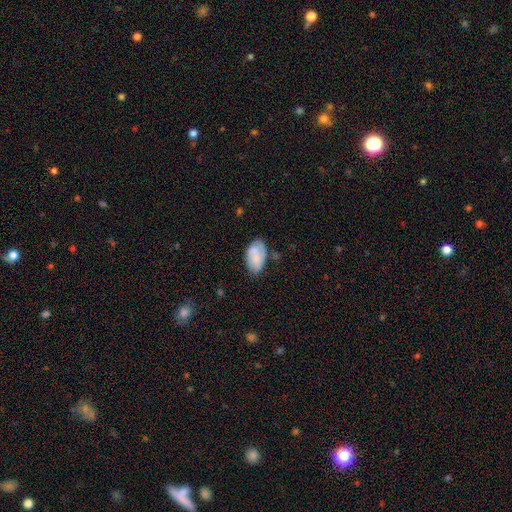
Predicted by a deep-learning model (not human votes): Smooth or featured: smooth — 64% (featured or disk — 29%)
How rounded: in between — 93% (round — 5%)
Merging: none — 62% (minor disturbance — 26%)